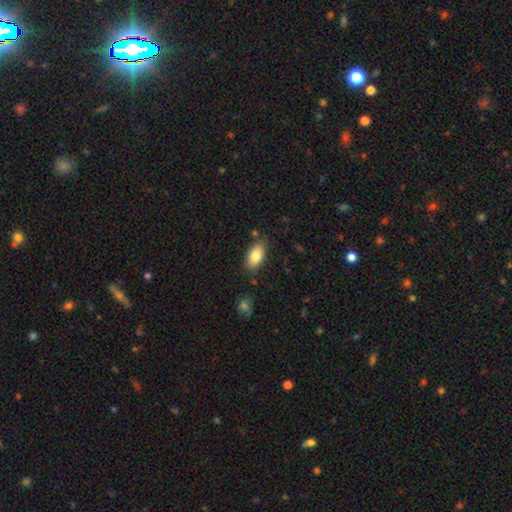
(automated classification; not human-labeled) Overall: smooth (82%). How rounded: in between (90%). Merging: none (81%).